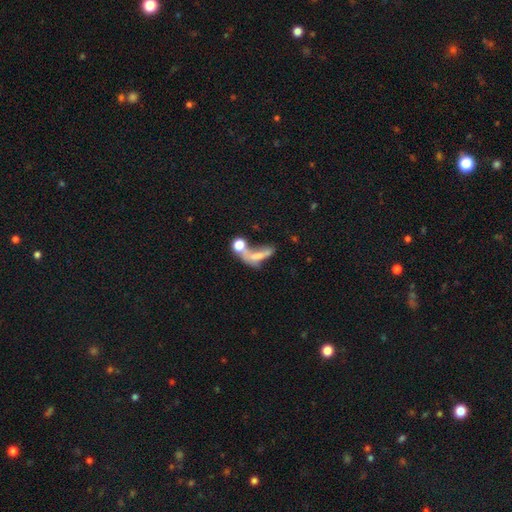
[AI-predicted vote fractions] The model was most divided on "how rounded": in between: 48%, cigar-shaped: 31%, round: 20%. Remaining: smooth or featured — smooth (51%); merging — merger (44%).